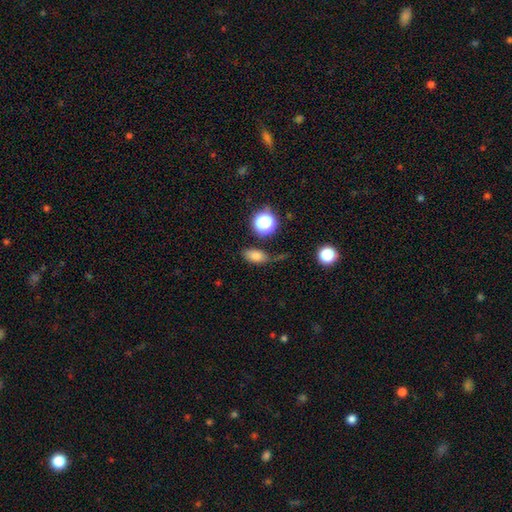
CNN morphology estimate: smooth 77%, star or artifact 14%, featured or disk 9%. Down the decision tree: how rounded — in between (80%); merging — none (65%).